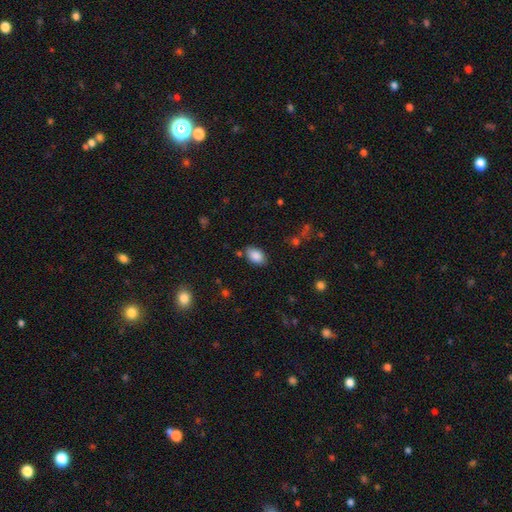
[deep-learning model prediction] Smooth or featured?
  - smooth: 87% *
  - star or artifact: 8%
  - featured or disk: 5%
How rounded?
  - in between: 89% *
  - round: 10%
  - cigar-shaped: 1%
Merging?
  - none: 80% *
  - minor disturbance: 14%
  - major disturbance: 3%
  - merger: 3%